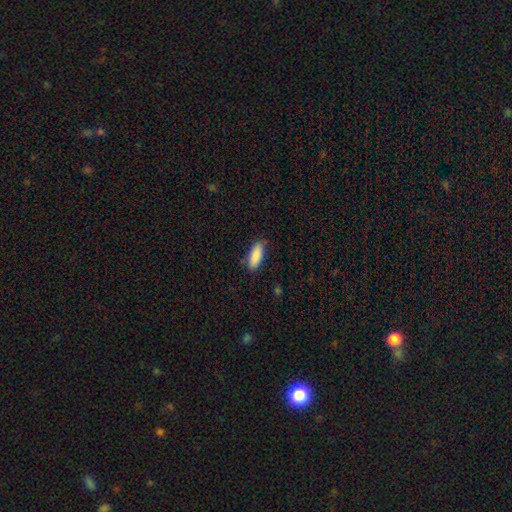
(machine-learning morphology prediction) Q: Smooth or featured?
A: smooth (88%); runner-up: star or artifact (6%)
Q: How rounded?
A: in between (75%); runner-up: cigar-shaped (23%)
Q: Merging?
A: none (82%); runner-up: minor disturbance (14%)